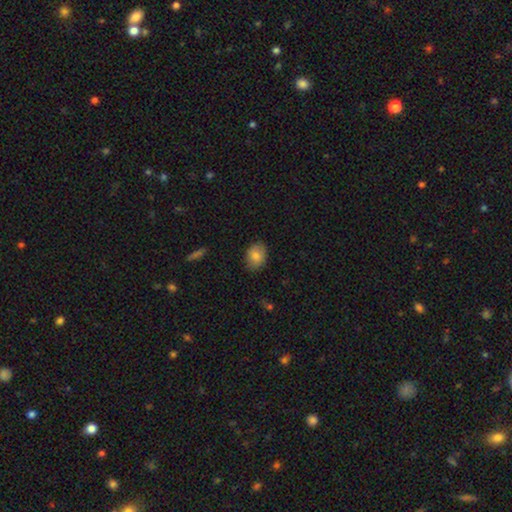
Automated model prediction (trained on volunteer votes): A smooth galaxy with no disk features (81%) that is in between round and cigar-shaped (71%). Merging: none (83%).